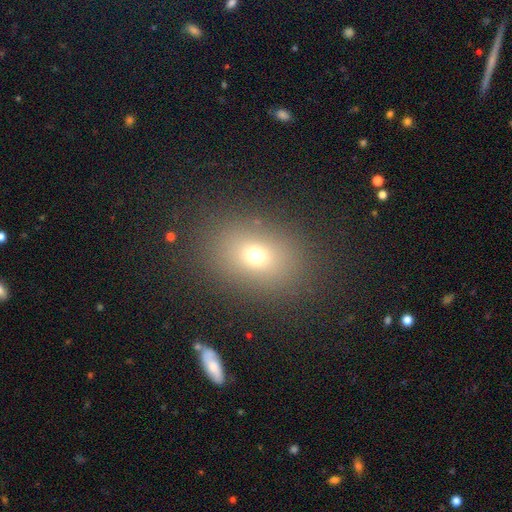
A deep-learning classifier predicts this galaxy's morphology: A smooth galaxy with no disk features (70%) that is in between round and cigar-shaped (59%).

Vote fractions:
- Smooth or featured? smooth: 70% / star or artifact: 19% / featured or disk: 12%
- How rounded? in between: 59% / round: 40% / cigar-shaped: 1%
- Merging? none: 84% / minor disturbance: 9% / major disturbance: 5% / merger: 2%